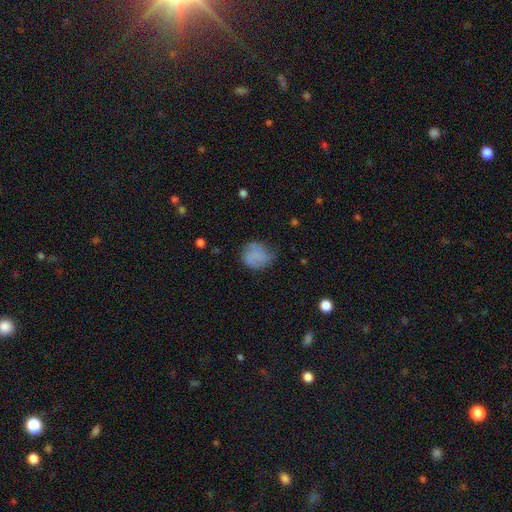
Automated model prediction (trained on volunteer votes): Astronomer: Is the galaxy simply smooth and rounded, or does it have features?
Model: smooth — 72%.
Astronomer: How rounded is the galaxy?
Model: round — 72%.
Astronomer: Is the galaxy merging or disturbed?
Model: none — 56%.